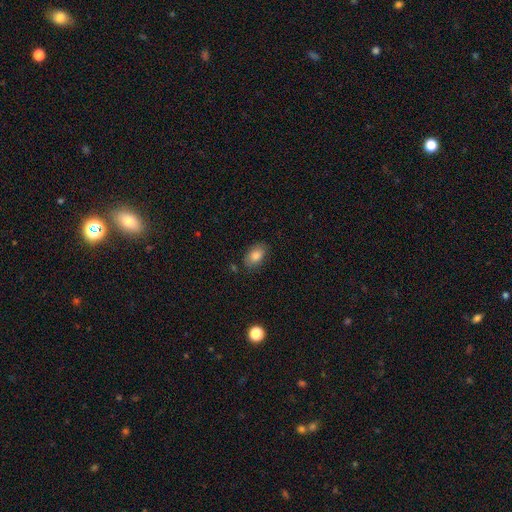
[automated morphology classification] The model was most divided on "merging": none: 80%, minor disturbance: 15%, major disturbance: 3%, merger: 2%. More confident: how rounded — in between (90%); smooth or featured — smooth (83%).